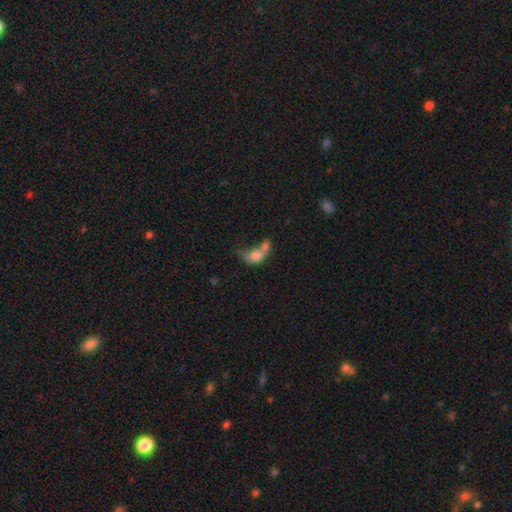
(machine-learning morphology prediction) Smooth or featured?
  - smooth: 64% *
  - featured or disk: 26%
  - star or artifact: 10%
How rounded?
  - in between: 69% *
  - round: 27%
  - cigar-shaped: 4%
Merging?
  - merger: 61% *
  - major disturbance: 19%
  - none: 12%
  - minor disturbance: 9%